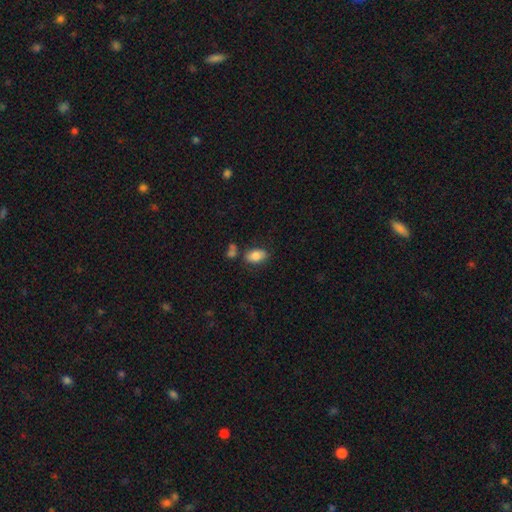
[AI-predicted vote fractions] This appears to be a smooth galaxy with no disk features (83%) that is in between round and cigar-shaped (91%). Merging: none (68%).